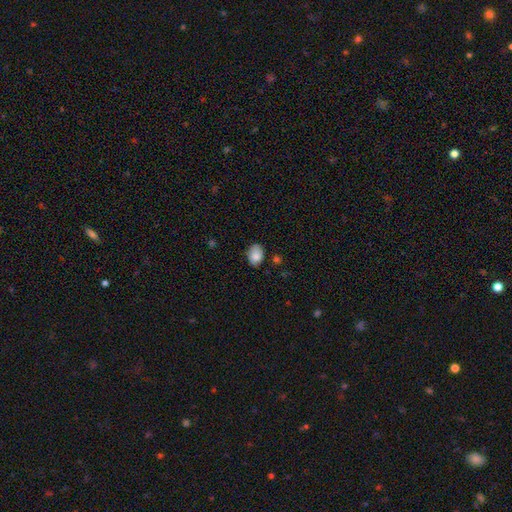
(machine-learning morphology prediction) This appears to be a smooth galaxy with no disk features (85%) that is in between round and cigar-shaped (77%). Merging: none (68%).